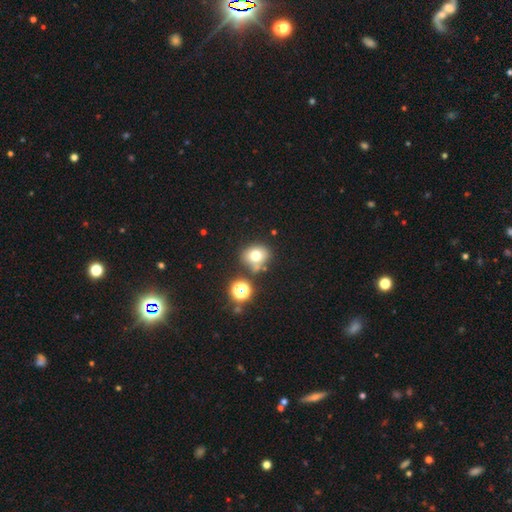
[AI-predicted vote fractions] Smooth or featured? smooth (71%)
How rounded? round (68%)
Merging? none (67%)